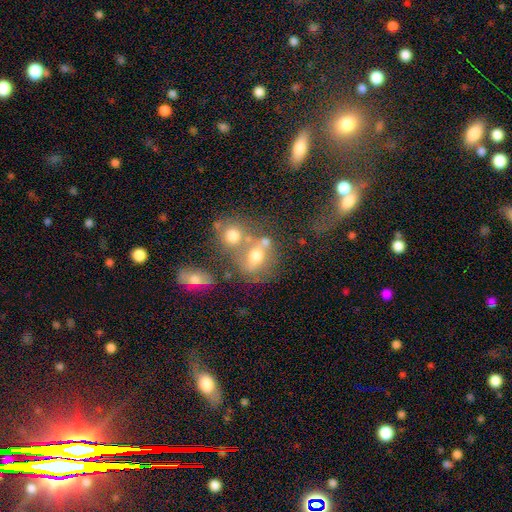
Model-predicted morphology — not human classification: A smooth galaxy with no disk features (55%) that is round (55%).

Vote fractions:
- Smooth or featured? smooth: 55% / featured or disk: 30% / star or artifact: 16%
- How rounded? round: 55% / in between: 43% / cigar-shaped: 2%
- Merging? none: 39% / merger: 38% / minor disturbance: 14% / major disturbance: 10%